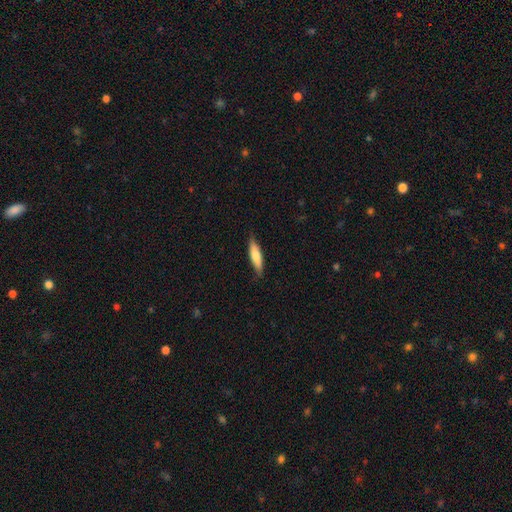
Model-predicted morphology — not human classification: Q: Smooth or featured?
A: smooth (68%); runner-up: featured or disk (27%)
Q: How rounded?
A: cigar-shaped (69%); runner-up: in between (29%)
Q: Merging?
A: none (81%); runner-up: minor disturbance (16%)